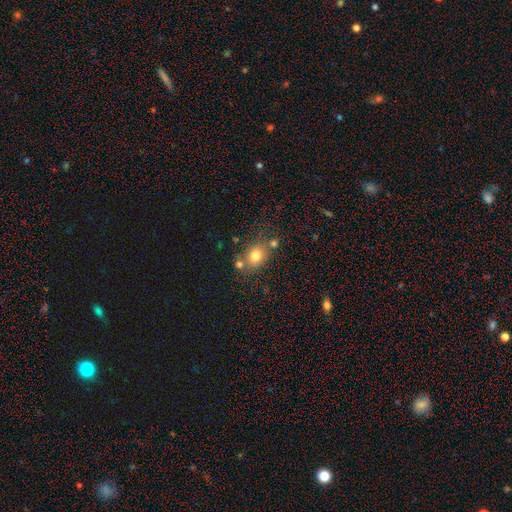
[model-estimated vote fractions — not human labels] The model was most divided on "how rounded": round: 51%, in between: 48%, cigar-shaped: 1%. More confident: smooth or featured — smooth (77%); merging — none (63%).